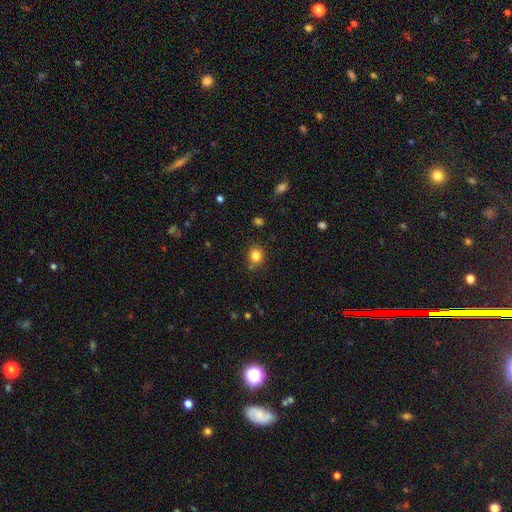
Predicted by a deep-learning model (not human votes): smooth 82%, star or artifact 12%, featured or disk 6%. Down the decision tree: how rounded — round (77%); merging — none (77%).